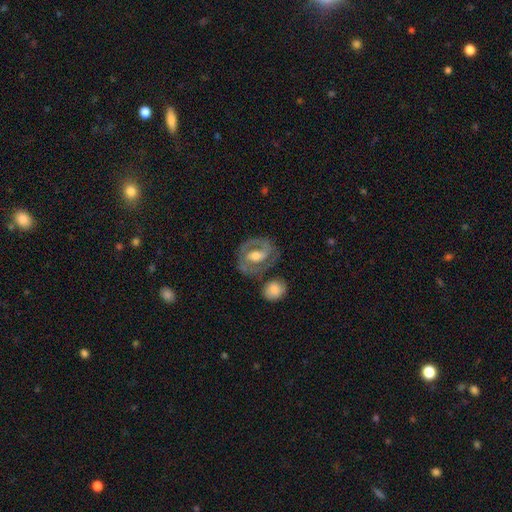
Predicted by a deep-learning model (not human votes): A featured or disk galaxy (71%) with a weak bar (39%), spiral arms (66%) and a moderate central bulge (64%). Merging: none (69%).